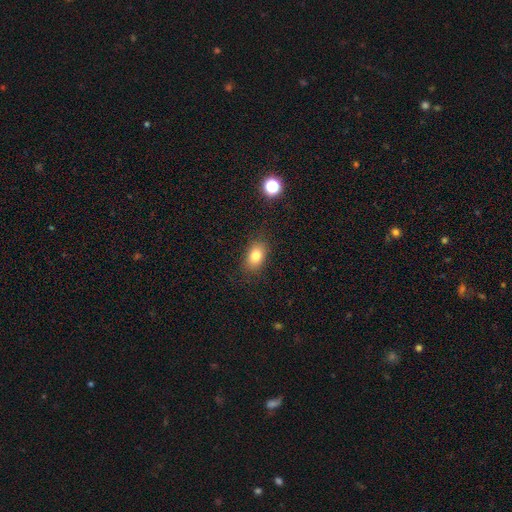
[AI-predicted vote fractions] A smooth galaxy with no disk features (80%) that is in between round and cigar-shaped (81%).

Vote fractions:
- Smooth or featured? smooth: 80% / star or artifact: 11% / featured or disk: 10%
- How rounded? in between: 81% / round: 17% / cigar-shaped: 2%
- Merging? none: 83% / minor disturbance: 12% / major disturbance: 4% / merger: 1%